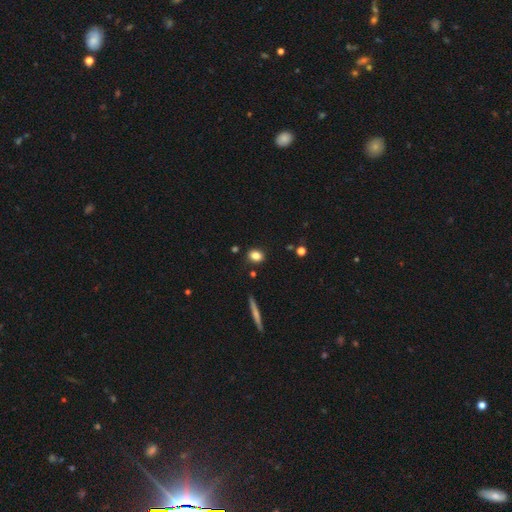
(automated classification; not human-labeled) Smooth or featured? Predicted: smooth (p=0.82). How rounded? Predicted: round (p=0.50). Merging? Predicted: none (p=0.87).